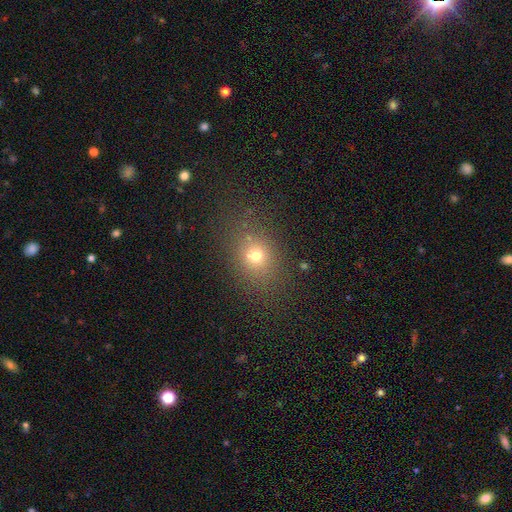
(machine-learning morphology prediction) smooth_or_featured: smooth (p=0.67) [alt: star or artifact p=0.20]
how_rounded: round (p=0.52) [alt: in between p=0.46]
merging: none (p=0.74) [alt: minor disturbance p=0.14]